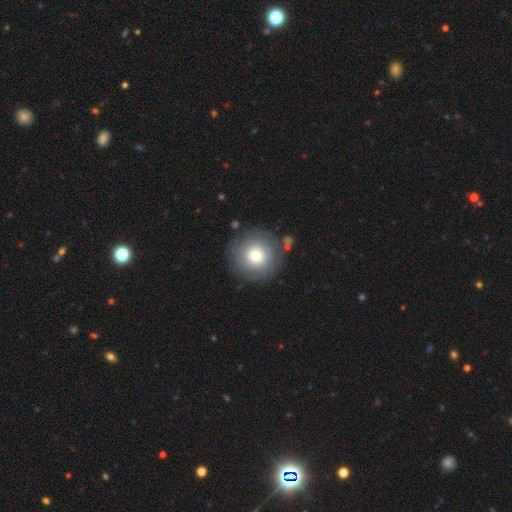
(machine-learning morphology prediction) Overall: smooth (70%). How rounded: round (96%). Merging: none (82%).